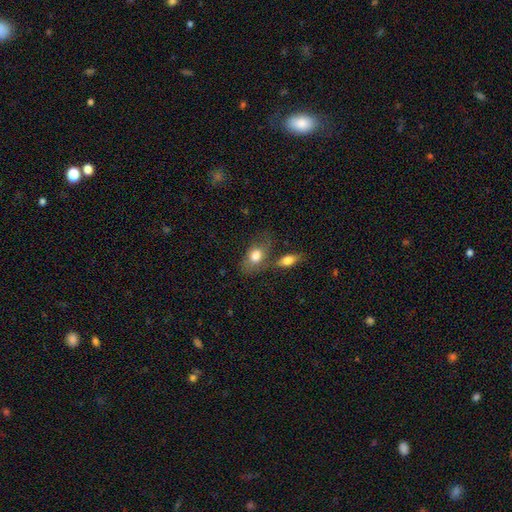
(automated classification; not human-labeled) smooth-or-featured: smooth: 78% | featured or disk: 15% | star or artifact: 7%
  how-rounded: in between: 85% | round: 13% | cigar-shaped: 2%
  merging: none: 48% | merger: 23% | minor disturbance: 21% | major disturbance: 9%